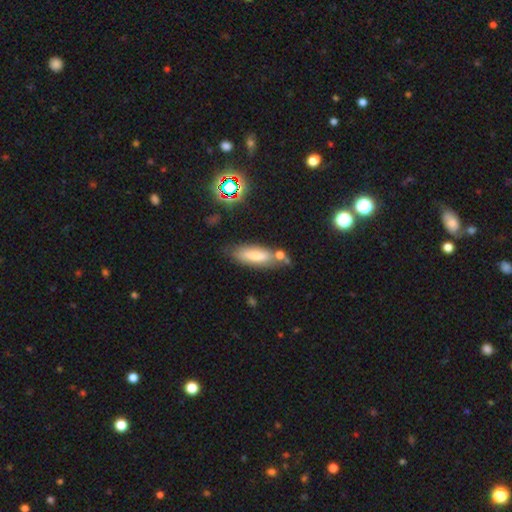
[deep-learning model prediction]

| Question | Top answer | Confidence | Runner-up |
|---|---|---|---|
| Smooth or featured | smooth | 70% | featured or disk (20%) |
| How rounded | in between | 53% | cigar-shaped (45%) |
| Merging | none | 62% | minor disturbance (19%) |